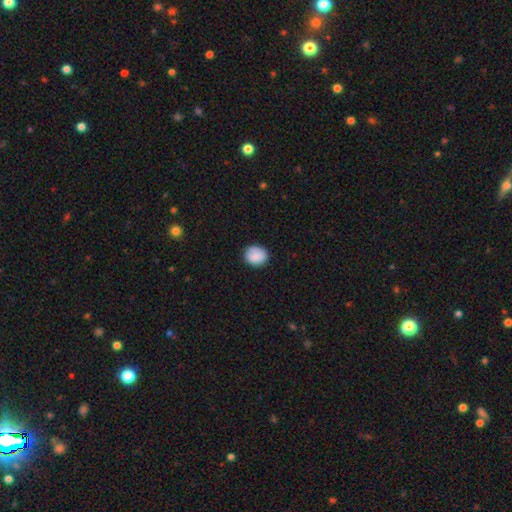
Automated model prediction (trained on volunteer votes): This appears to be a smooth galaxy with no disk features (87%) that is round (66%). Merging: none (84%).